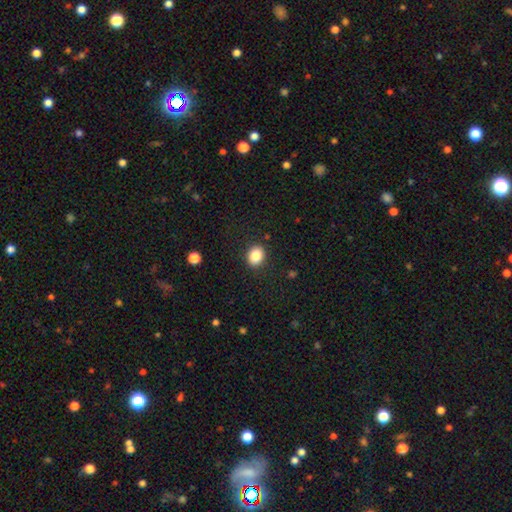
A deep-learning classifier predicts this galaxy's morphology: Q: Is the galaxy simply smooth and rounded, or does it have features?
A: smooth — 85%.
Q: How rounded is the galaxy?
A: round — 50%.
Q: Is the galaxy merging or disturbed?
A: none — 89%.